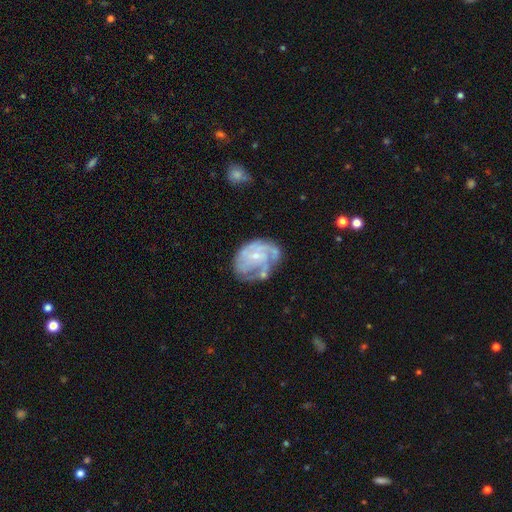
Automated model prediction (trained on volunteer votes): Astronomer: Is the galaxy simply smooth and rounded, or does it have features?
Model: featured or disk — 78%.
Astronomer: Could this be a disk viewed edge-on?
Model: no — 98%.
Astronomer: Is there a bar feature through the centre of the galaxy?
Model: no — 66%.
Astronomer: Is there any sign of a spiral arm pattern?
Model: yes — 85%.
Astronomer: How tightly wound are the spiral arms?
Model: tight — 52% (runner-up: medium, 35%).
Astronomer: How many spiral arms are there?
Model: can't tell — 37% (runner-up: 3, 23%).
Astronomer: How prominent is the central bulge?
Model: small — 76%.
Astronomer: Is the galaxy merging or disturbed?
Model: none — 49% (runner-up: minor disturbance, 26%).